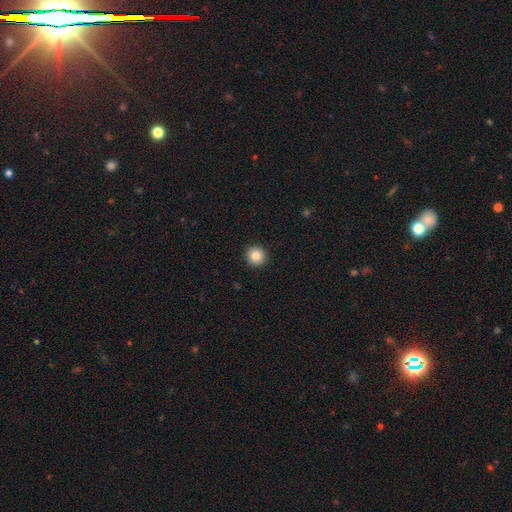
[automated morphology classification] smooth_or_featured: smooth (p=0.85) [alt: star or artifact p=0.10]
how_rounded: round (p=0.93) [alt: in between p=0.06]
merging: none (p=0.93) [alt: minor disturbance p=0.04]